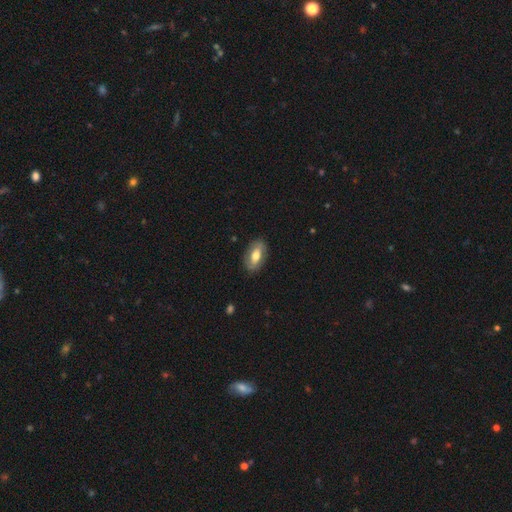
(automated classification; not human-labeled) Smooth or featured: smooth — 52% (featured or disk — 42%)
How rounded: in between — 89% (round — 5%)
Merging: none — 82% (minor disturbance — 13%)